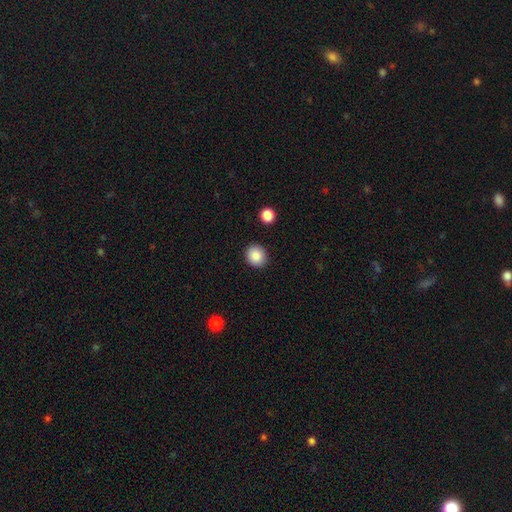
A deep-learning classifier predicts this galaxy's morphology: Smooth or featured: smooth — 88% (star or artifact — 8%)
How rounded: round — 78% (in between — 21%)
Merging: none — 90% (minor disturbance — 6%)